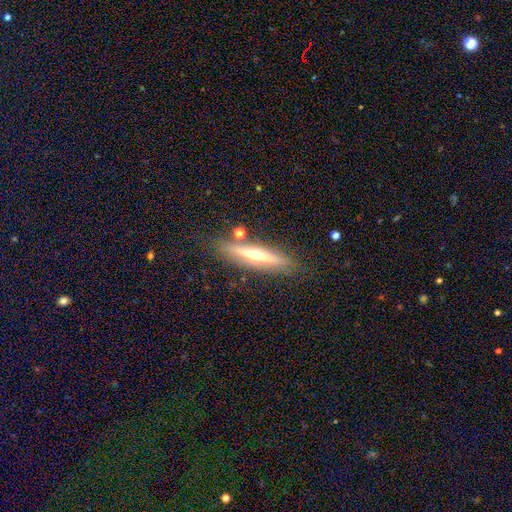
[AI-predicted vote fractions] smooth_or_featured: featured or disk (p=0.65) [alt: smooth p=0.28]
disk_edge_on: yes (p=0.94) [alt: no p=0.06]
edge_on_bulge: rounded (p=0.90) [alt: none p=0.07]
merging: none (p=0.84) [alt: minor disturbance p=0.10]